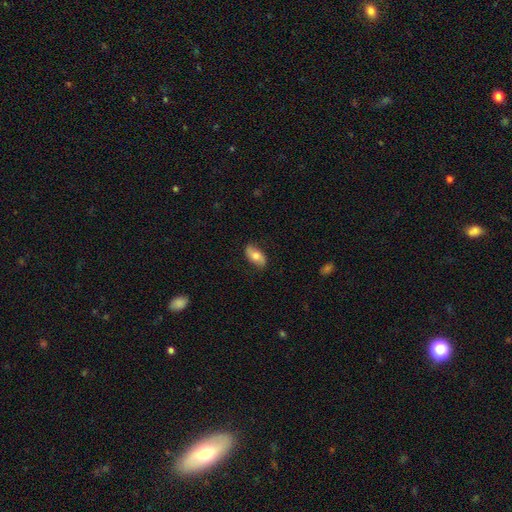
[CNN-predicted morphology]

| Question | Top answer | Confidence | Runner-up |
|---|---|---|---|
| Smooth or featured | smooth | 64% | featured or disk (29%) |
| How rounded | in between | 90% | cigar-shaped (5%) |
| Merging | none | 79% | minor disturbance (16%) |